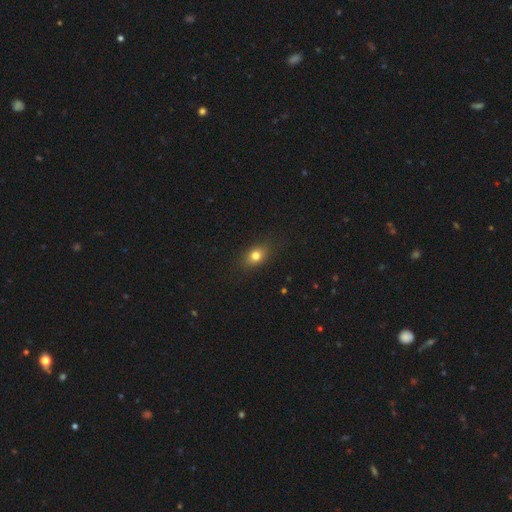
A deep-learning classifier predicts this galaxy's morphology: Q: Smooth or featured?
A: smooth (77%); runner-up: star or artifact (12%)
Q: How rounded?
A: in between (65%); runner-up: round (31%)
Q: Merging?
A: none (85%); runner-up: minor disturbance (11%)